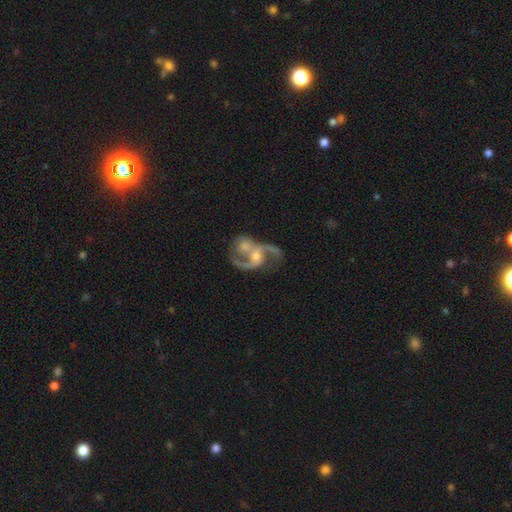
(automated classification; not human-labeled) Smooth or featured? Predicted: featured or disk (p=0.87). Edge-on disk? Predicted: no (p=0.97). Bar? Predicted: no (p=0.52). Spiral arms? Predicted: yes (p=0.94). Spiral winding? Predicted: loose (p=0.57). Spiral arm count? Predicted: 2 (p=0.88). Bulge size? Predicted: moderate (p=0.58). Merging? Predicted: merger (p=0.43).